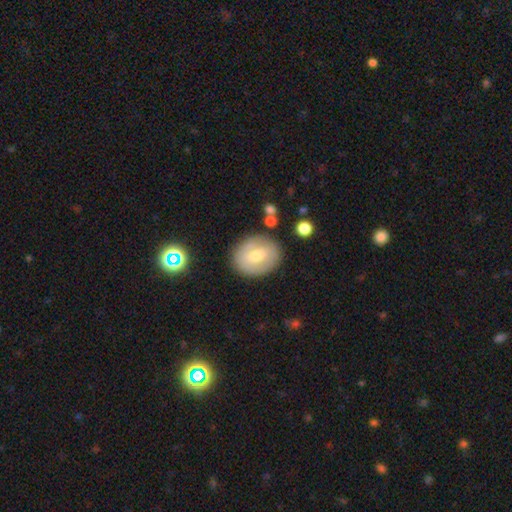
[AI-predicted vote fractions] Smooth or featured? Predicted: smooth (p=0.54). How rounded? Predicted: round (p=0.56). Merging? Predicted: none (p=0.81).